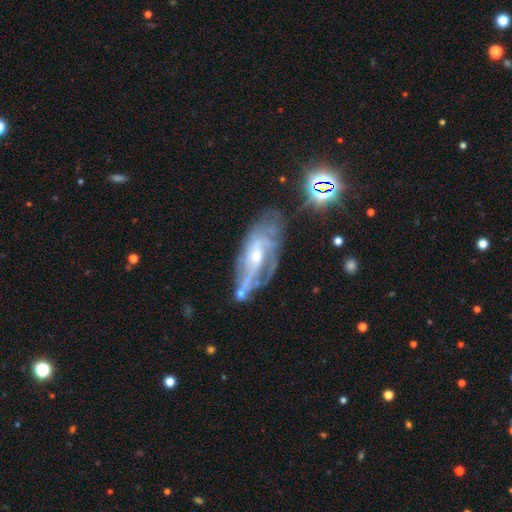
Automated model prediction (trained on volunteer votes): The model was most divided on "spiral winding": tight: 48%, medium: 38%, loose: 14%. Remaining: edge-on disk — no (89%); spiral arms — yes (87%); smooth or featured — featured or disk (79%); bulge size — small (56%); merging — none (55%); bar — no (53%); spiral arm count — can't tell (46%).